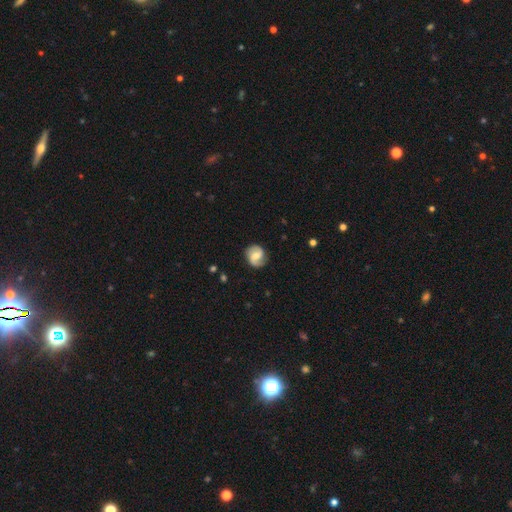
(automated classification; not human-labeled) This appears to be a featured or disk galaxy (71%) with a weak bar (50%), 2 (84%) medium (45%) spiral arms (93%) and a moderate central bulge (50%). Merging: none (79%).